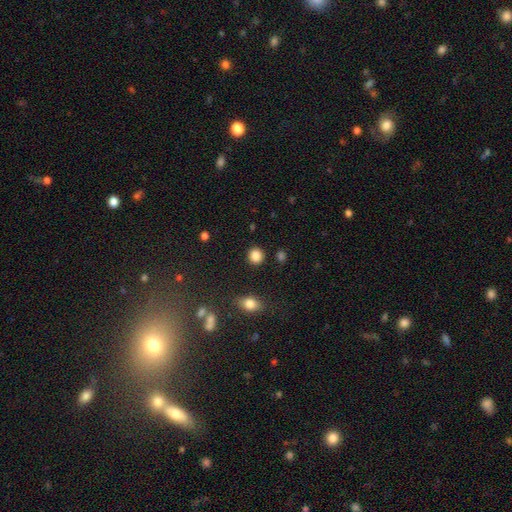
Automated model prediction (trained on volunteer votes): smooth_or_featured: smooth (p=0.86) [alt: star or artifact p=0.10]
how_rounded: round (p=0.85) [alt: in between p=0.14]
merging: none (p=0.90) [alt: minor disturbance p=0.06]